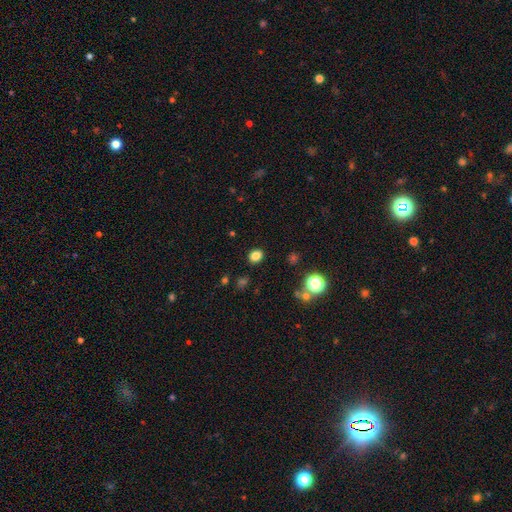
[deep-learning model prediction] Smooth or featured? smooth (81%)
How rounded? in between (50%)
Merging? none (88%)